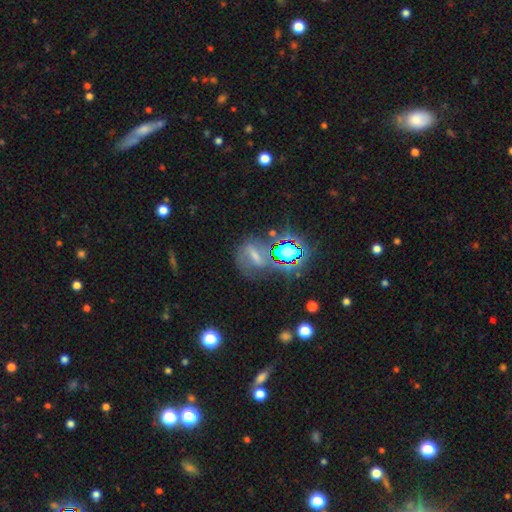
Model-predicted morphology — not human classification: This is marginally a featured or disk galaxy (40%). Merging: possibly none (56%).